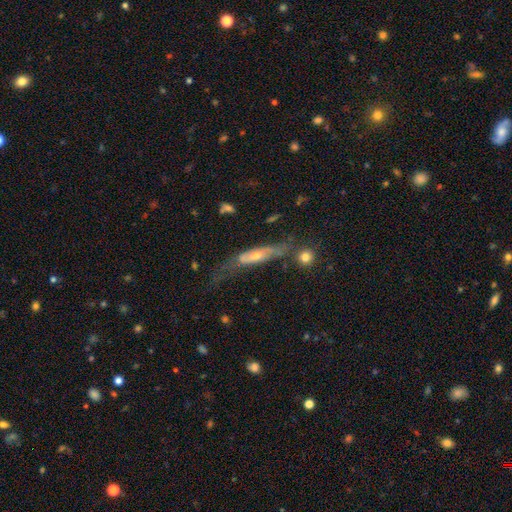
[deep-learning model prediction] Morphology: type=featured or disk (60%); edge-on=yes (66%); merging=none (42%).